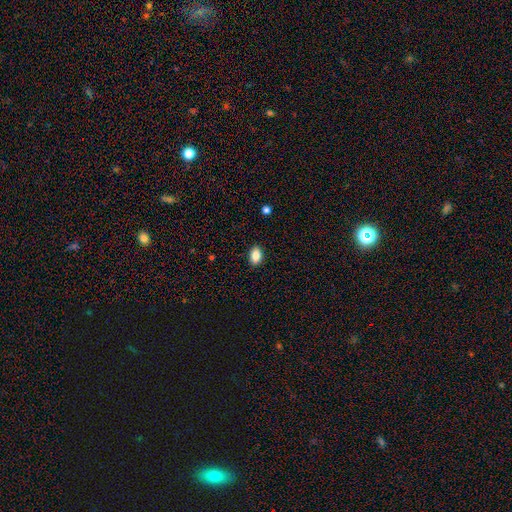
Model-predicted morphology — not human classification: Overall: smooth (86%). How rounded: in between (88%). Merging: none (90%).